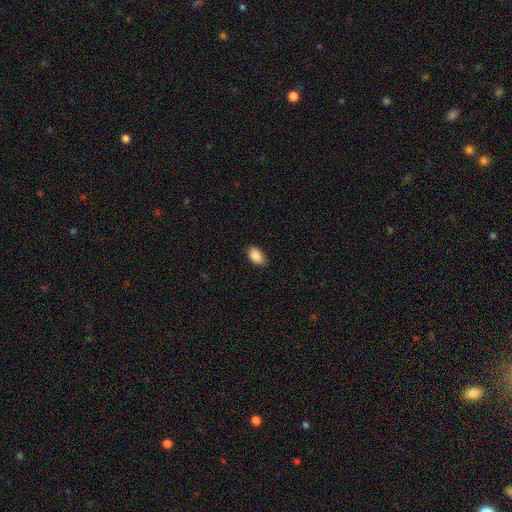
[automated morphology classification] This is clearly a smooth galaxy (89%). How rounded: clearly in between (90%). Merging: clearly none (84%).